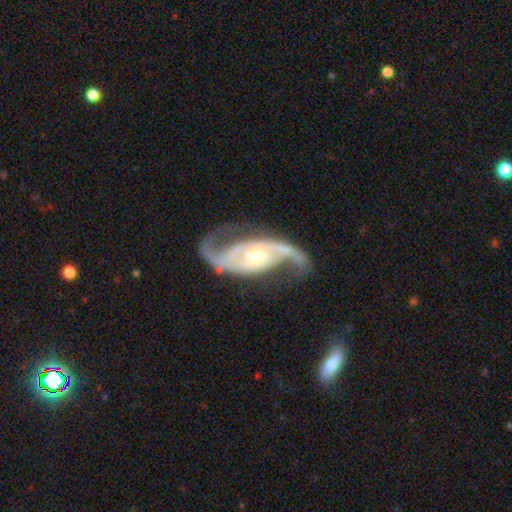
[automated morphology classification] A featured or disk galaxy (92%) with no bar (48%), 2 (92%) medium (44%) spiral arms (98%) and a moderate central bulge (50%). Merging: none (68%).